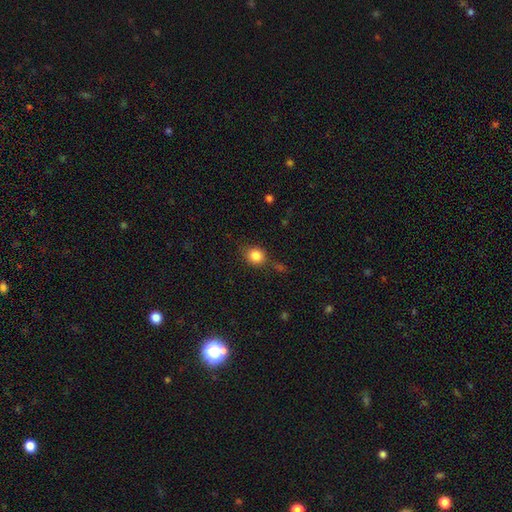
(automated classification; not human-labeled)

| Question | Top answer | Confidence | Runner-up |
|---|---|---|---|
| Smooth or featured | smooth | 83% | star or artifact (10%) |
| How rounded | round | 71% | in between (28%) |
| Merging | none | 75% | minor disturbance (16%) |